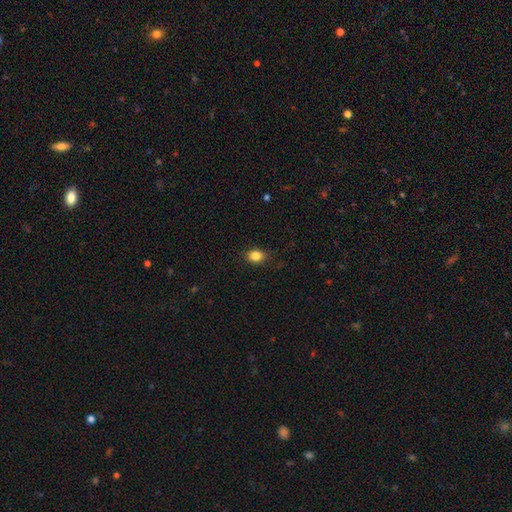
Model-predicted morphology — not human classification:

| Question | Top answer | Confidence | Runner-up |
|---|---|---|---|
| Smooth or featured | smooth | 85% | star or artifact (10%) |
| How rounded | round | 51% | in between (48%) |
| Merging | none | 86% | minor disturbance (11%) |